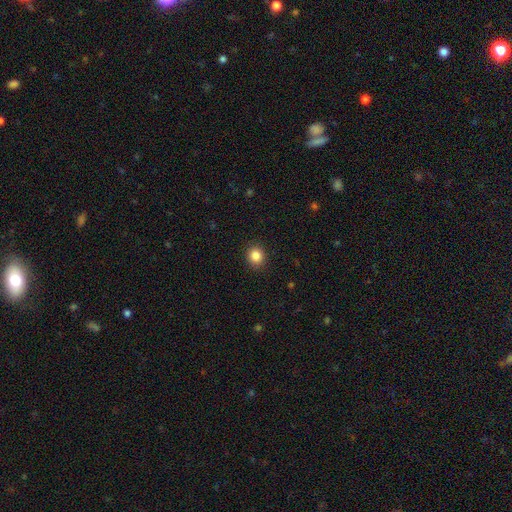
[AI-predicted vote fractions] smooth-or-featured: smooth: 86% | star or artifact: 11% | featured or disk: 4%
  how-rounded: round: 82% | in between: 17% | cigar-shaped: 1%
  merging: none: 91% | minor disturbance: 6% | major disturbance: 2% | merger: 1%